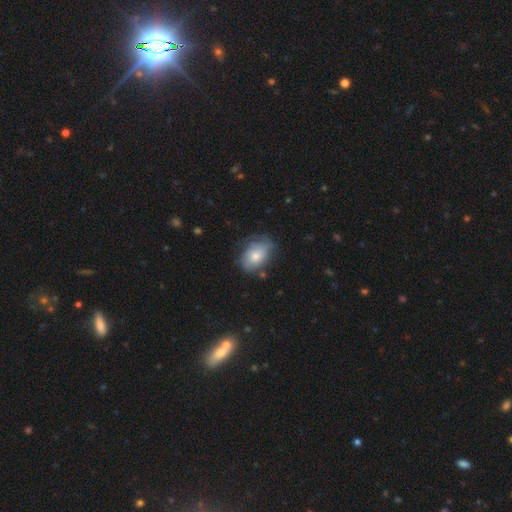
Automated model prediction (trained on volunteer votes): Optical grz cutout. It shows a smooth galaxy with no disk features (65%) that is in between round and cigar-shaped (76%). Merging: none (55%).